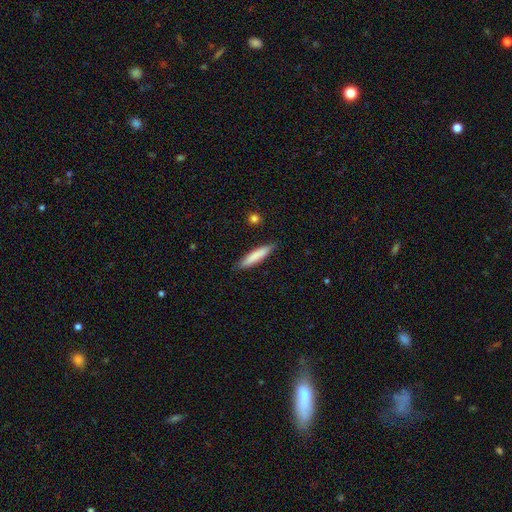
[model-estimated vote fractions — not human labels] Smooth or featured: smooth — 81% (featured or disk — 14%)
How rounded: cigar-shaped — 88% (in between — 11%)
Merging: none — 87% (minor disturbance — 10%)